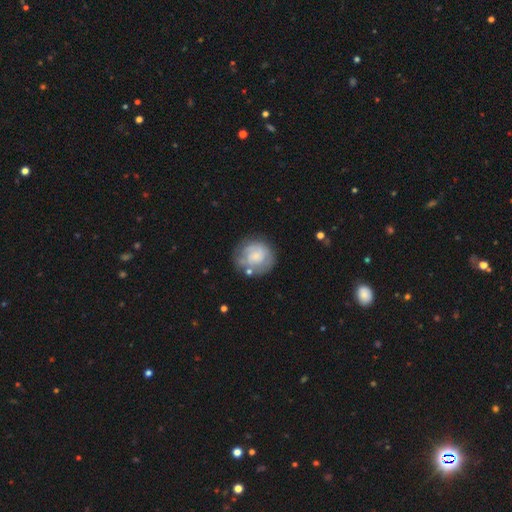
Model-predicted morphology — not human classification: Smooth or featured: smooth — 48% (featured or disk — 45%)
Merging: none — 63% (minor disturbance — 20%)